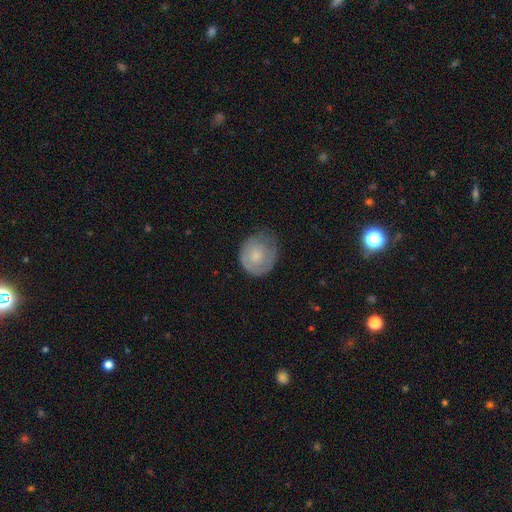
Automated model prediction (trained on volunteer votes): Smooth or featured? Predicted: smooth (p=0.68). How rounded? Predicted: round (p=0.71). Merging? Predicted: none (p=0.51).